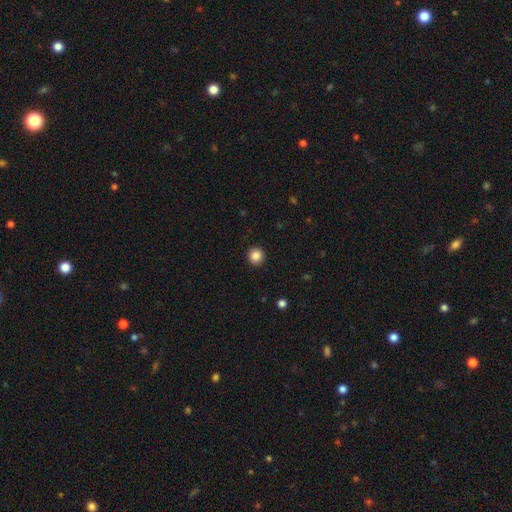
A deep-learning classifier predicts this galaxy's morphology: Overall: smooth (86%). How rounded: round (94%). Merging: none (93%).